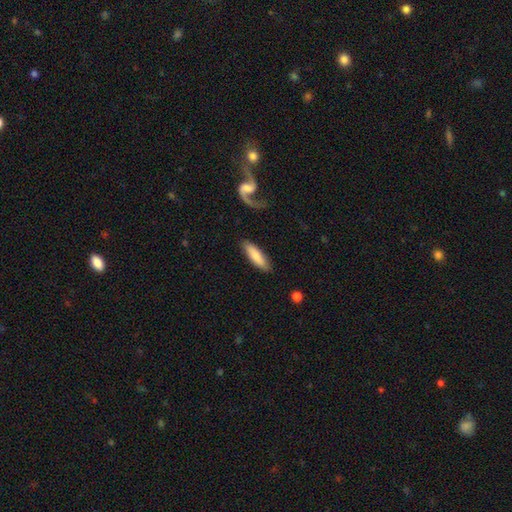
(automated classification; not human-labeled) smooth-or-featured: smooth: 72% | featured or disk: 23% | star or artifact: 5%
  how-rounded: cigar-shaped: 56% | in between: 42% | round: 2%
  merging: none: 80% | minor disturbance: 12% | major disturbance: 5% | merger: 3%